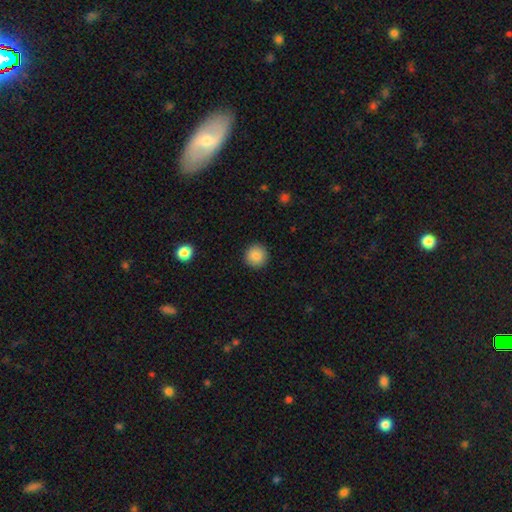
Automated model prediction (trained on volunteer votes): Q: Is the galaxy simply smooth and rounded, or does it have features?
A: smooth — 88%.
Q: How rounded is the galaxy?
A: round — 94%.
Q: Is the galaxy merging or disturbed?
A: none — 92%.